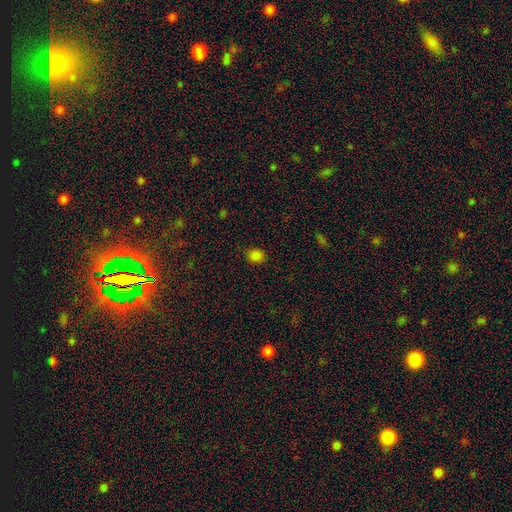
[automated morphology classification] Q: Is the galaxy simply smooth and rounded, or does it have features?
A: smooth — 82%.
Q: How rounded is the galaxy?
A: round — 63%.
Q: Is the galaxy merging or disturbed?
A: none — 87%.